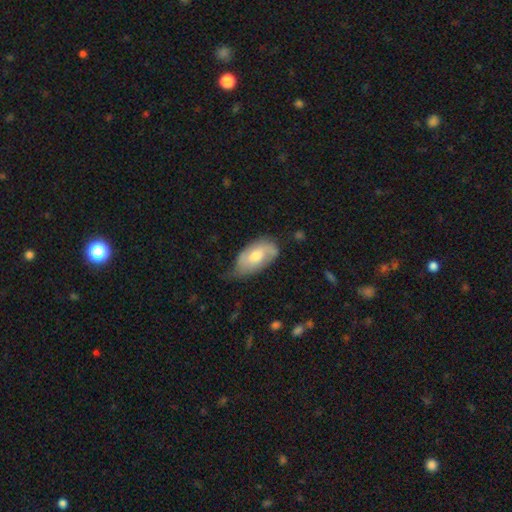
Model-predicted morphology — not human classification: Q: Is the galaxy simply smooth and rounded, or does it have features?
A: smooth — 48%.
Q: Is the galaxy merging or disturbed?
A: none — 46%.